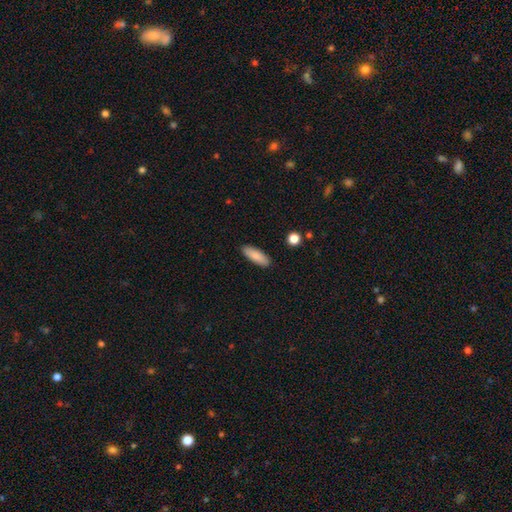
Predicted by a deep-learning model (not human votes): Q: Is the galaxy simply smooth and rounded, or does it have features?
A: smooth — 86%.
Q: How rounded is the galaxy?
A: in between — 60%.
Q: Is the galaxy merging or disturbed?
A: none — 89%.